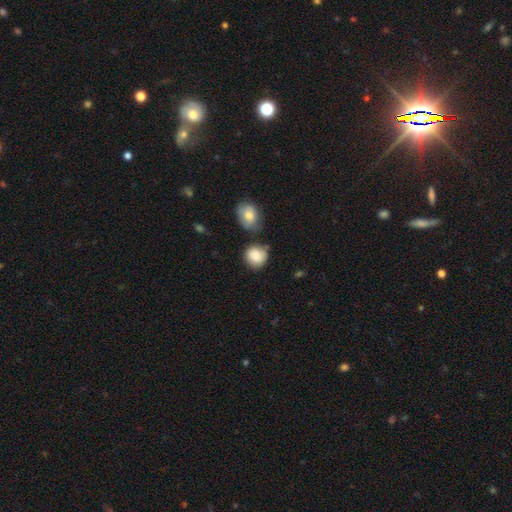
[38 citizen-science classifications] Smooth or featured: smooth — 95% (featured or disk — 5%)
How rounded: round — 89% (in between — 8%)
Merging: none — 74% (minor disturbance — 13%)